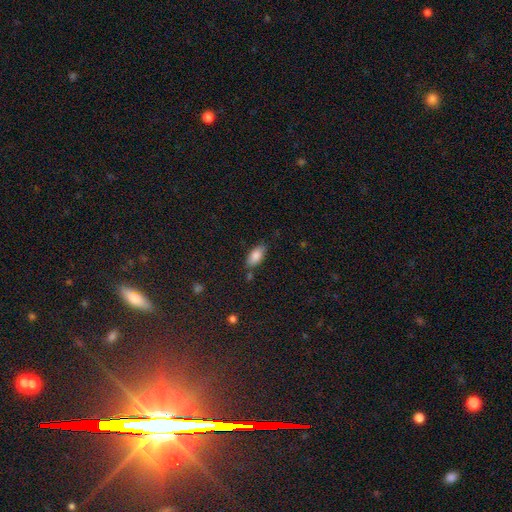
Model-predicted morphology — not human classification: Smooth or featured? Predicted: smooth (p=0.84). How rounded? Predicted: in between (p=0.90). Merging? Predicted: none (p=0.75).